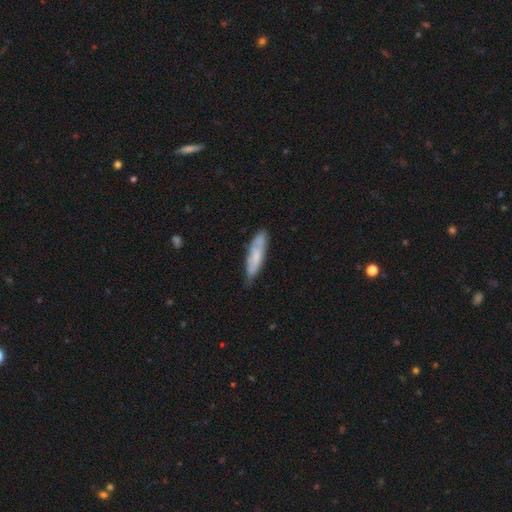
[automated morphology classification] type=smooth (61%); roundness=cigar-shaped (70%); merging=none (68%).